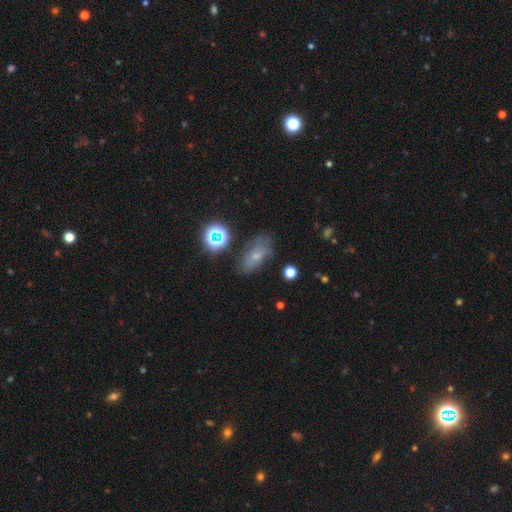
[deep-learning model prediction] This appears to be a smooth galaxy with no disk features (47%). Merging: none (57%).